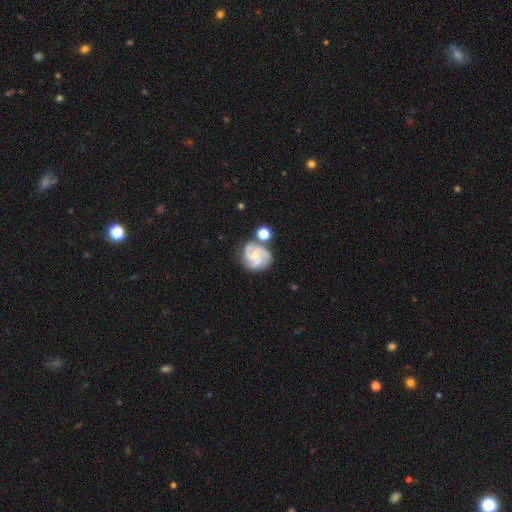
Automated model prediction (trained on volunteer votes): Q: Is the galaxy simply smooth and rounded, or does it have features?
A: featured or disk — 84%.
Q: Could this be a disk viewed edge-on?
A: no — 98%.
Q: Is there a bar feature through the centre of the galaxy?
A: no — 66%.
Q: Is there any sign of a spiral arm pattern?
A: yes — 97%.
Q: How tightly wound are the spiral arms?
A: tight — 46%.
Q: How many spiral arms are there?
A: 3 — 63%.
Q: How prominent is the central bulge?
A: small — 65%.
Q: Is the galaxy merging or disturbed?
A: none — 66%.